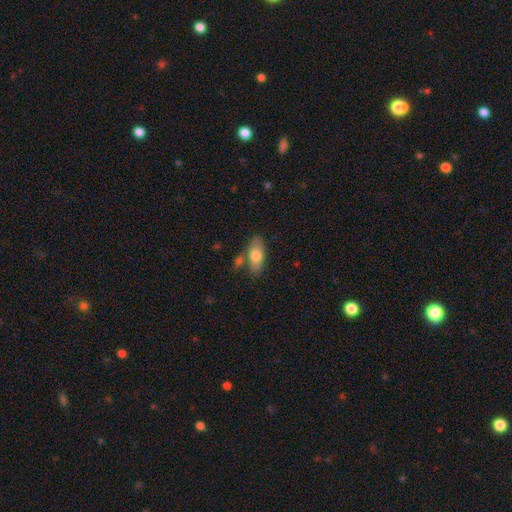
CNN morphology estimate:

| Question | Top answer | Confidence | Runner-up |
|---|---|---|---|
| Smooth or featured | smooth | 77% | featured or disk (17%) |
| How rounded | in between | 83% | cigar-shaped (14%) |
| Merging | none | 70% | minor disturbance (15%) |